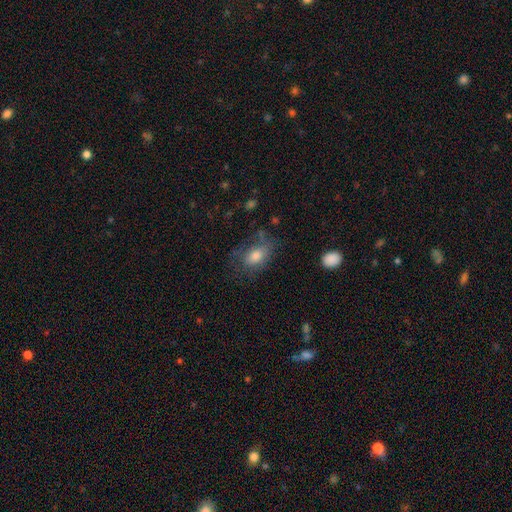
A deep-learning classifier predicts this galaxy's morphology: smooth_or_featured: smooth (p=0.72) [alt: featured or disk p=0.18]
how_rounded: in between (p=0.81) [alt: round p=0.17]
merging: none (p=0.58) [alt: minor disturbance p=0.24]